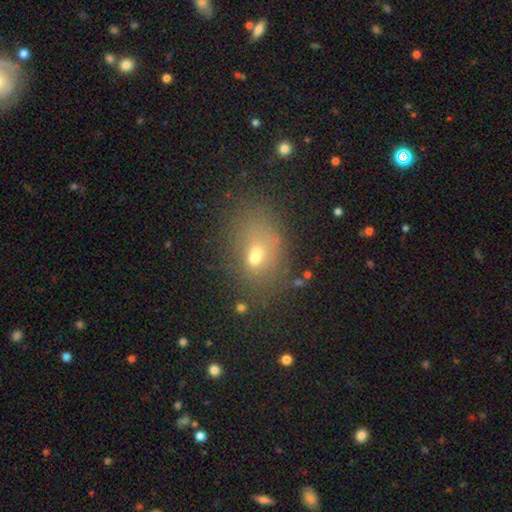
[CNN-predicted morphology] The model was most divided on "merging": none: 41%, merger: 30%, minor disturbance: 16%, major disturbance: 13%. More confident: how rounded — in between (72%); smooth or featured — smooth (56%).